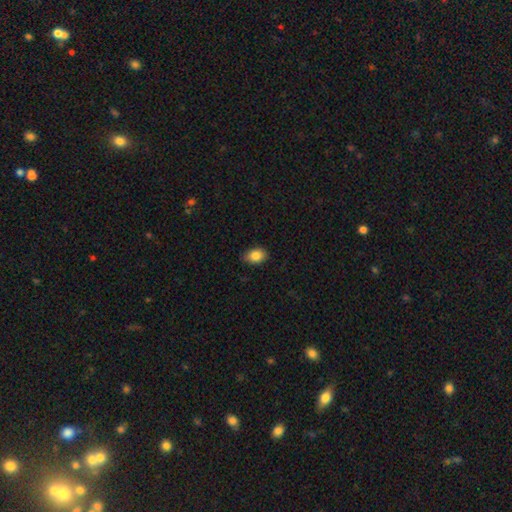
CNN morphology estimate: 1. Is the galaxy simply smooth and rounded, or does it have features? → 85% smooth, 8% star or artifact, 7% featured or disk.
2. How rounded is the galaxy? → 78% in between, 21% round, 1% cigar-shaped.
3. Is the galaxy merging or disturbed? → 81% none, 15% minor disturbance, 2% major disturbance, 1% merger.